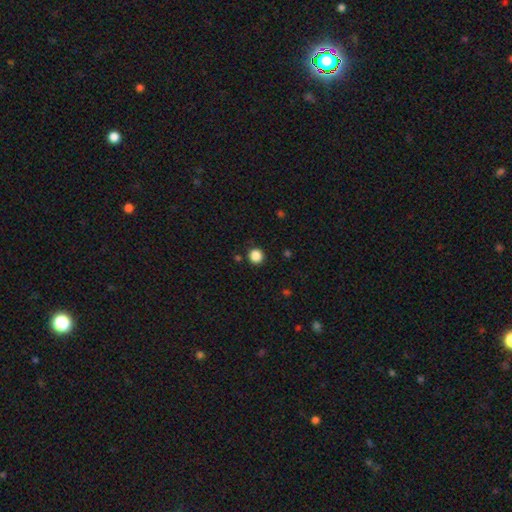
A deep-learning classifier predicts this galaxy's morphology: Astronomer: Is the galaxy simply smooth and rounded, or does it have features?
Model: smooth — 86%.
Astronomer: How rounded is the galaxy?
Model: round — 95%.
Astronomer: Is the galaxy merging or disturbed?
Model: none — 91%.